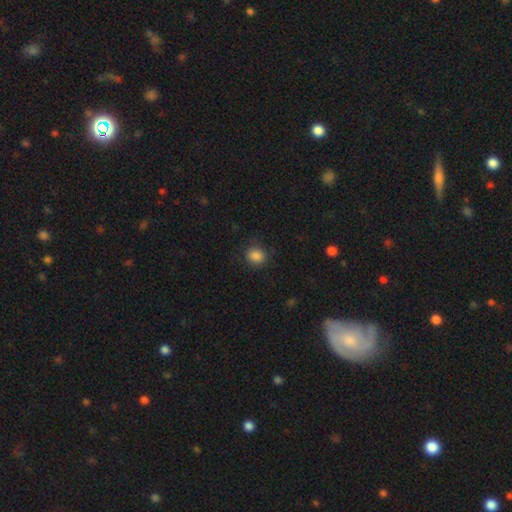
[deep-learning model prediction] This is clearly a smooth galaxy (86%). How rounded: likely round (73%). Merging: clearly none (84%).